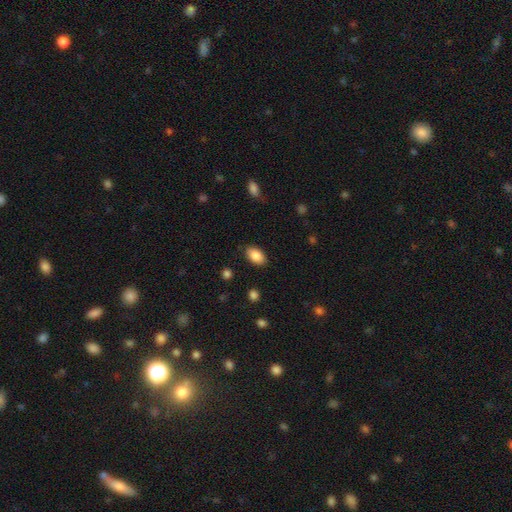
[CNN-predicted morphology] smooth 87%, star or artifact 7%, featured or disk 6%. Down the decision tree: how rounded — in between (92%); merging — none (86%).